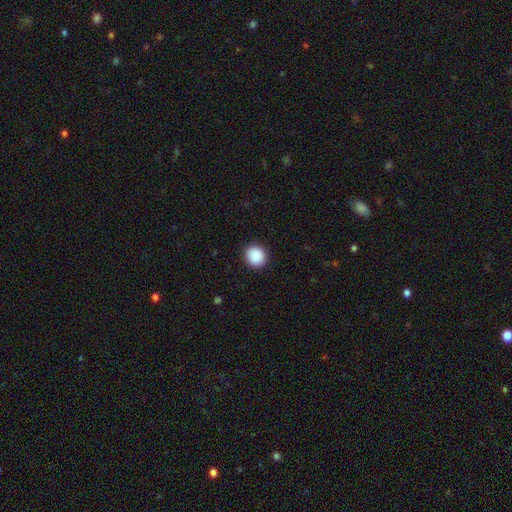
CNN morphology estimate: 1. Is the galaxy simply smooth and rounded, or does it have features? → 89% smooth, 8% star or artifact, 3% featured or disk.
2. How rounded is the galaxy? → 87% round, 12% in between, 1% cigar-shaped.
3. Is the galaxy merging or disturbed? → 92% none, 6% minor disturbance, 2% major disturbance, 1% merger.